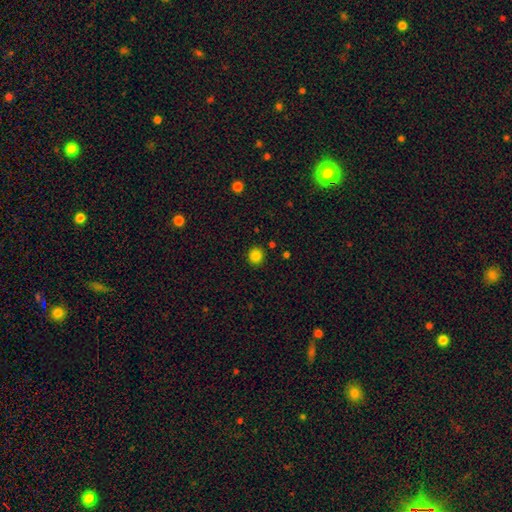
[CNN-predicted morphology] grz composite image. It shows a smooth galaxy with no disk features (84%) that is round (91%). Merging: none (90%).